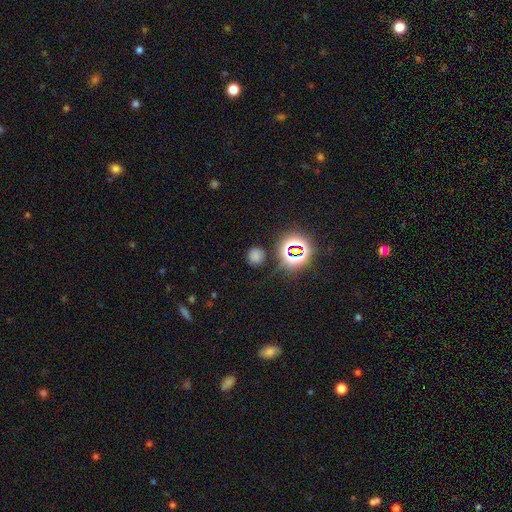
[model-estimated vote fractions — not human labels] A smooth galaxy with no disk features (63%) that is round (89%). Merging: none (83%).